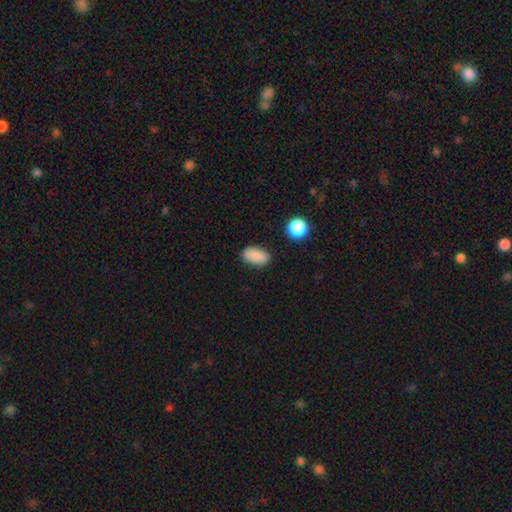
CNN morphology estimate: This is clearly a smooth galaxy (86%). How rounded: clearly in between (89%). Merging: clearly none (84%).